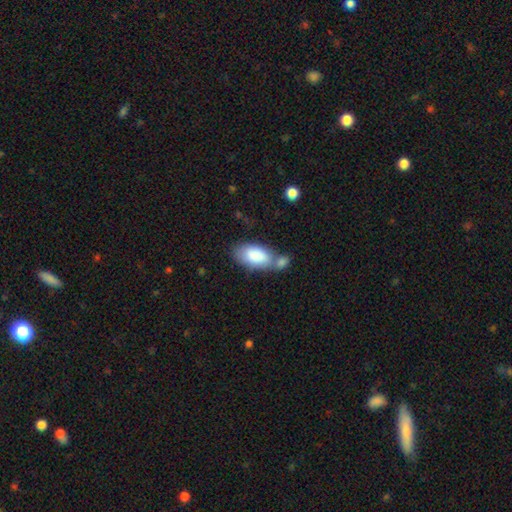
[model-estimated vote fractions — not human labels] Morphology: type=smooth (84%); roundness=in between (94%); merging=none (41%).